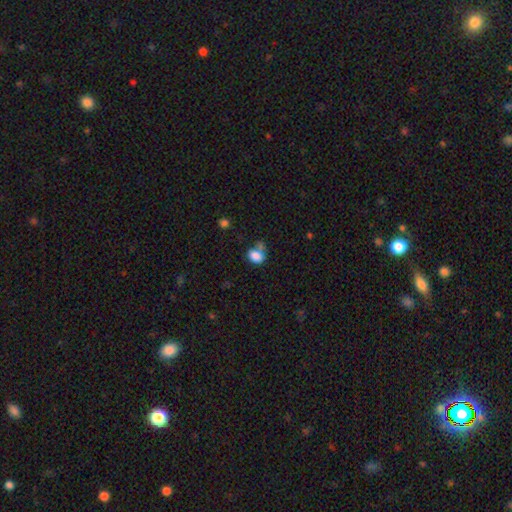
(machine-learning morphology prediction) smooth-or-featured: smooth: 84% | star or artifact: 10% | featured or disk: 7%
  how-rounded: in between: 66% | round: 32% | cigar-shaped: 1%
  merging: none: 43% | merger: 24% | minor disturbance: 22% | major disturbance: 11%